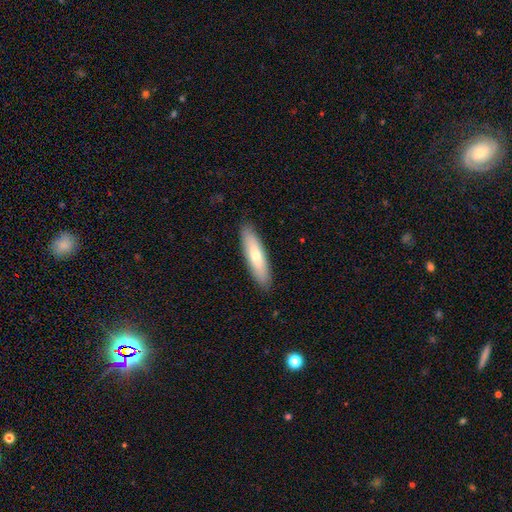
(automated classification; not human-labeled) Smooth or featured? smooth (69%)
How rounded? cigar-shaped (68%)
Merging? none (89%)